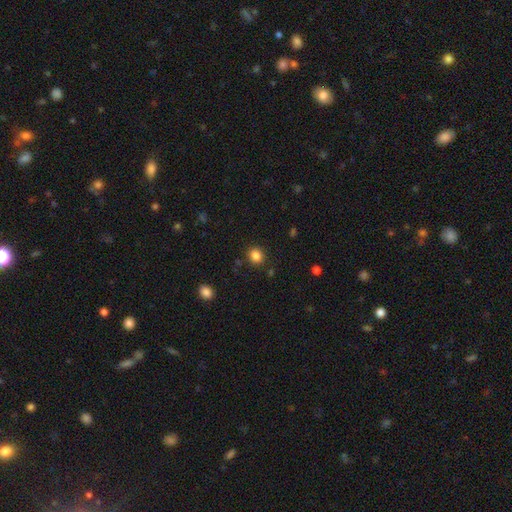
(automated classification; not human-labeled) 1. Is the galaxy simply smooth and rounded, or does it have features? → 84% smooth, 12% star or artifact, 4% featured or disk.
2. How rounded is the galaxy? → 83% round, 16% in between, 1% cigar-shaped.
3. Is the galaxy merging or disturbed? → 89% none, 7% minor disturbance, 2% major disturbance, 2% merger.